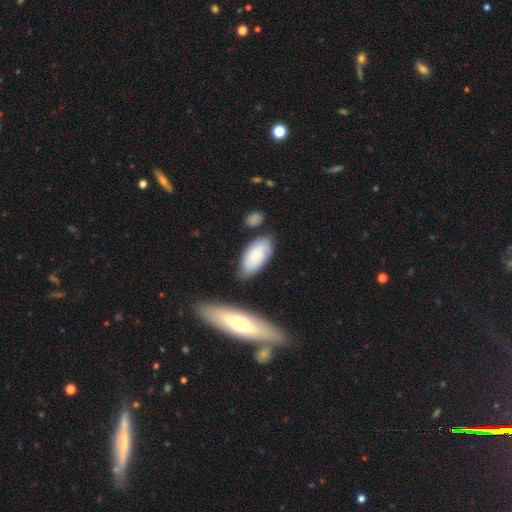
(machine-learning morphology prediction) A smooth galaxy with no disk features (70%) that is in between round and cigar-shaped (90%).

Vote fractions:
- Smooth or featured? smooth: 70% / featured or disk: 23% / star or artifact: 6%
- How rounded? in between: 90% / cigar-shaped: 8% / round: 2%
- Merging? none: 72% / minor disturbance: 17% / merger: 7% / major disturbance: 4%